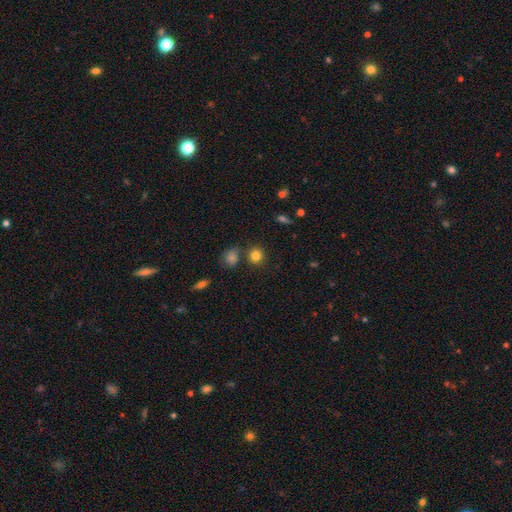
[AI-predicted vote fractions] A smooth galaxy with no disk features (82%) that is round (86%). Merging: none (76%).